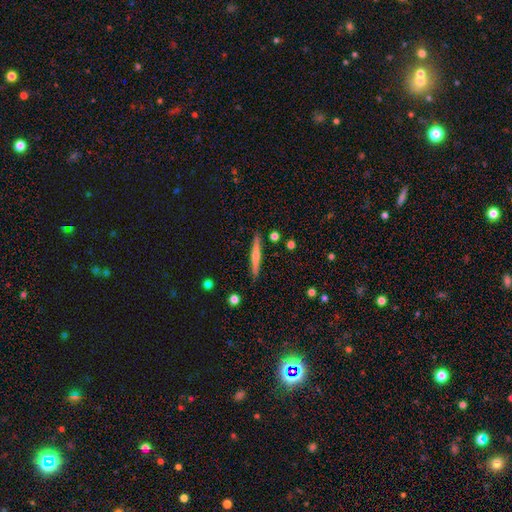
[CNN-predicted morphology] Smooth or featured? featured or disk (52%)
Edge-on disk? yes (97%)
Edge-on bulge? rounded (70%)
Merging? none (89%)